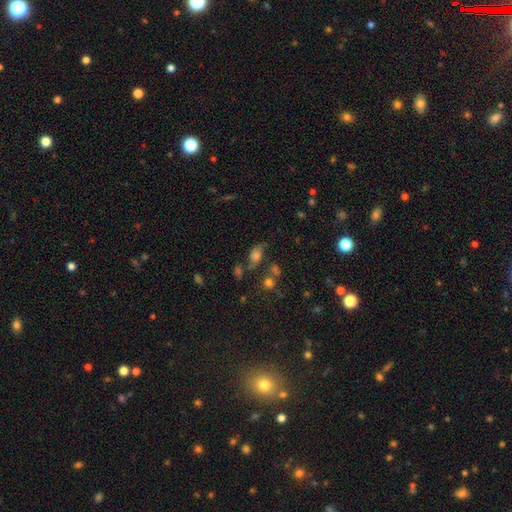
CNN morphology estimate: smooth_or_featured: smooth (p=0.48) [alt: featured or disk p=0.36]
merging: none (p=0.47) [alt: minor disturbance p=0.22]